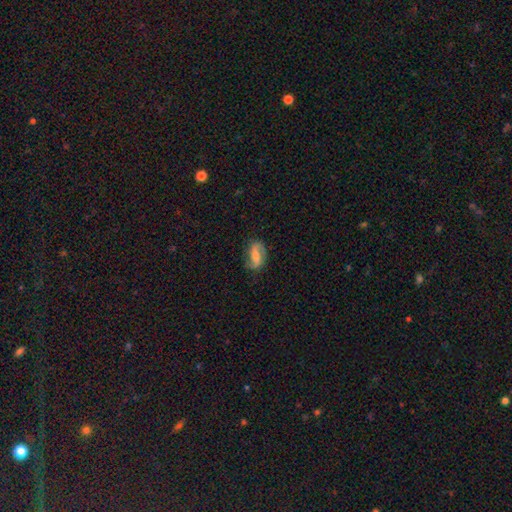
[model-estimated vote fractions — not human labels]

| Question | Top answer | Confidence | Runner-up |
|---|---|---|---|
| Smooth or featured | featured or disk | 65% | smooth (28%) |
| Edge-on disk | no | 95% | yes (5%) |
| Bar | weak | 39% | strong (34%) |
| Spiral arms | yes | 91% | no (9%) |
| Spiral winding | loose | 51% | medium (33%) |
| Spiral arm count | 2 | 87% | can't tell (5%) |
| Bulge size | moderate | 38% | small (36%) |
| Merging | none | 73% | minor disturbance (19%) |